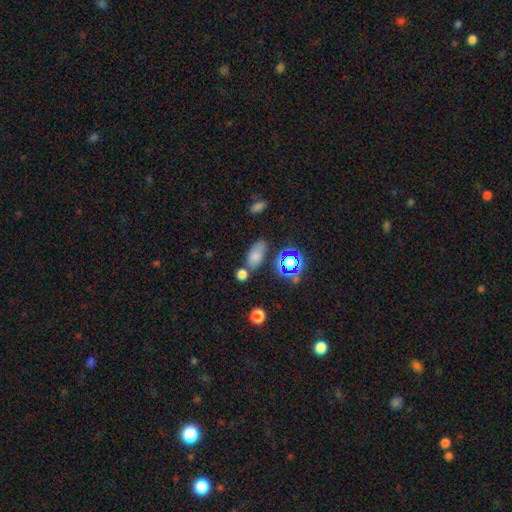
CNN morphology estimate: Q: Smooth or featured?
A: smooth (71%); runner-up: star or artifact (20%)
Q: How rounded?
A: in between (82%); runner-up: round (10%)
Q: Merging?
A: none (63%); runner-up: minor disturbance (16%)